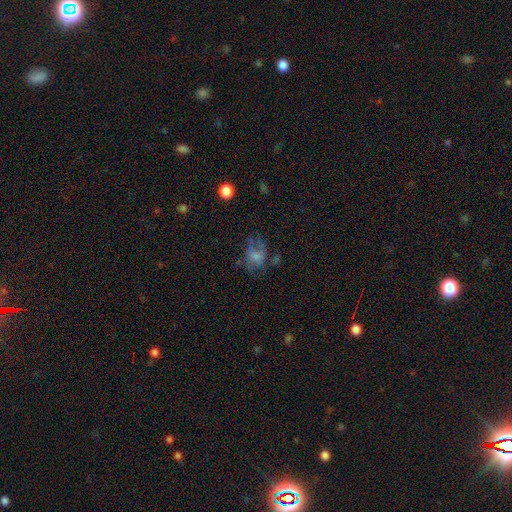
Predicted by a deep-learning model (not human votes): smooth_or_featured: smooth (p=0.47) [alt: featured or disk p=0.40]
merging: none (p=0.37) [alt: major disturbance p=0.36]